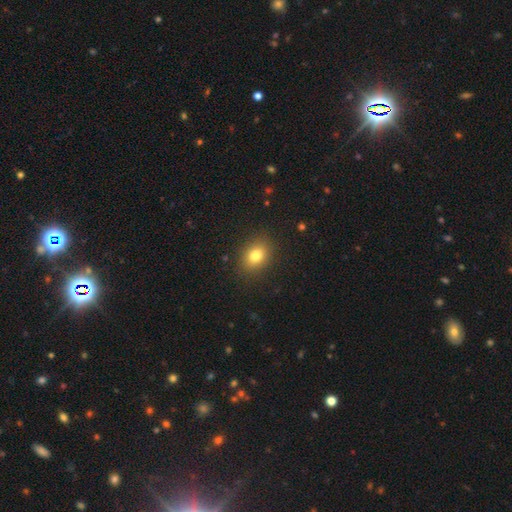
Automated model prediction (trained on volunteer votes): smooth_or_featured: smooth (p=0.80) [alt: star or artifact p=0.12]
how_rounded: in between (p=0.59) [alt: round p=0.40]
merging: none (p=0.88) [alt: minor disturbance p=0.08]